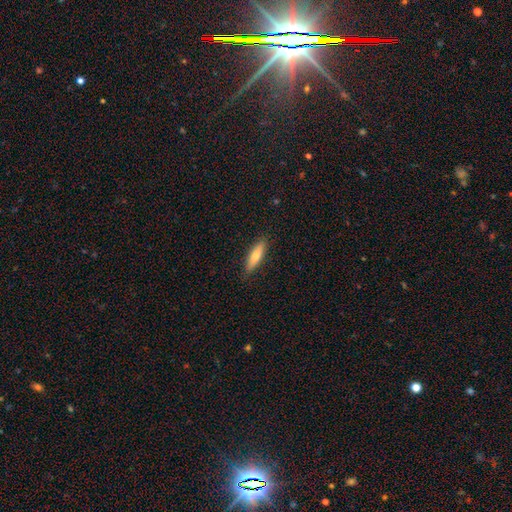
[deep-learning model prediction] Smooth or featured: smooth — 72% (featured or disk — 23%)
How rounded: cigar-shaped — 65% (in between — 33%)
Merging: none — 88% (minor disturbance — 9%)